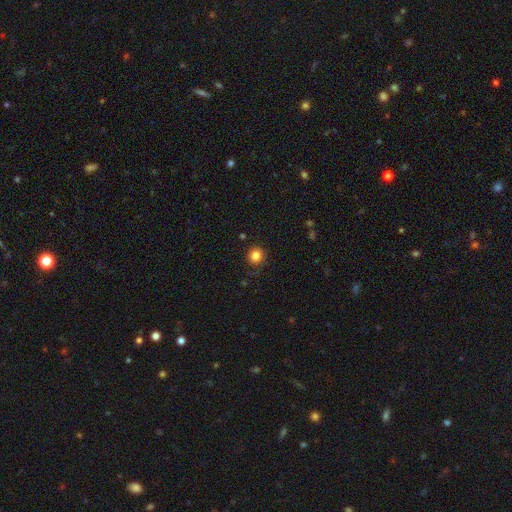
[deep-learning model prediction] The model was most divided on "smooth or featured": smooth: 83%, star or artifact: 12%, featured or disk: 5%. More confident: how rounded — round (91%); merging — none (87%).